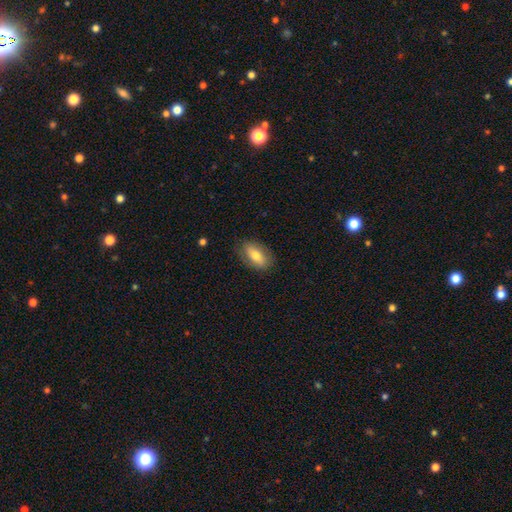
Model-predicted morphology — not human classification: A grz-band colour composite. It shows a smooth galaxy with no disk features (68%) that is in between round and cigar-shaped (85%). Merging: none (82%).